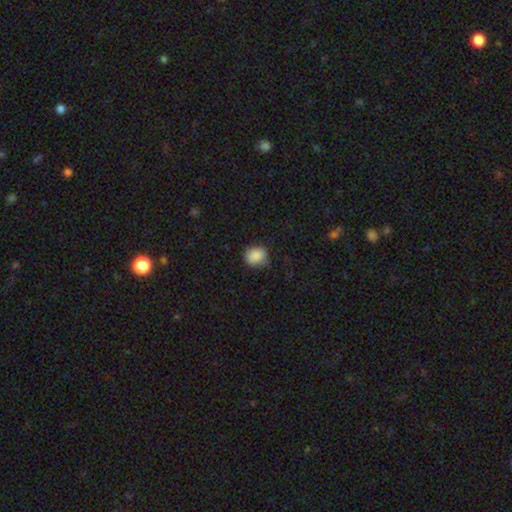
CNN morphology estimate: A smooth galaxy with no disk features (87%) that is round (60%).

Vote fractions:
- Smooth or featured? smooth: 87% / star or artifact: 9% / featured or disk: 4%
- How rounded? round: 60% / in between: 39% / cigar-shaped: 1%
- Merging? none: 71% / minor disturbance: 23% / major disturbance: 5% / merger: 1%